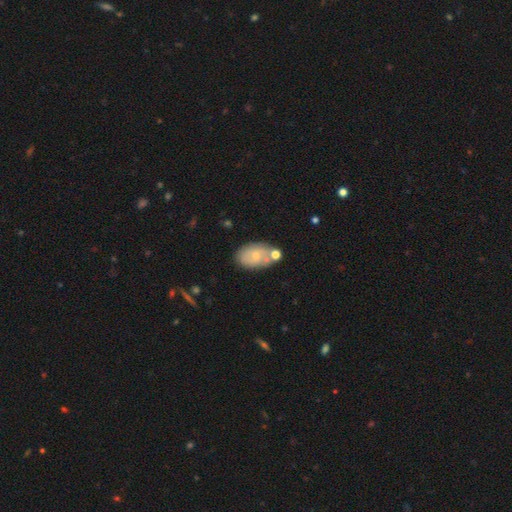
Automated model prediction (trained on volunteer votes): Smooth or featured?
  - smooth: 57% *
  - featured or disk: 36%
  - star or artifact: 8%
How rounded?
  - in between: 91% *
  - round: 8%
  - cigar-shaped: 2%
Merging?
  - none: 62% *
  - minor disturbance: 18%
  - merger: 15%
  - major disturbance: 5%